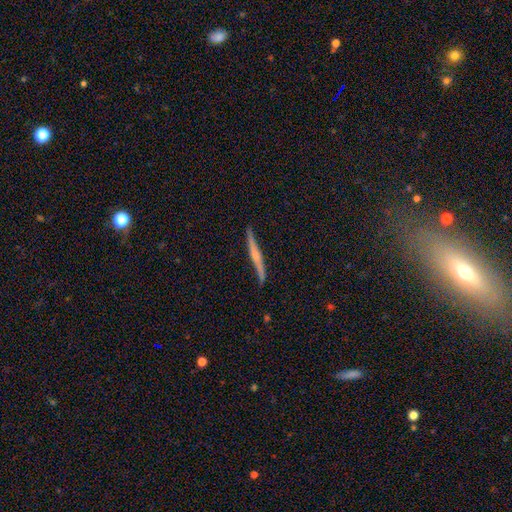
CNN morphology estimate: Overall: featured or disk (70%). Edge-on disk: yes (96%). Edge-on bulge: rounded (65%; none 27%). Merging: none (85%).